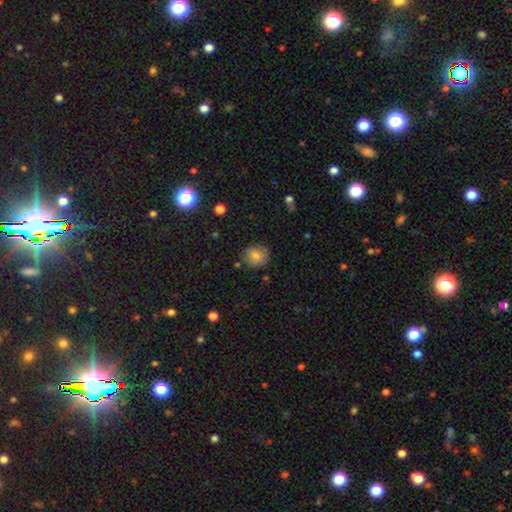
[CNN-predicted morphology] The model was most divided on "merging": none: 82%, minor disturbance: 13%, major disturbance: 3%, merger: 2%. More confident: how rounded — round (85%); smooth or featured — smooth (81%).